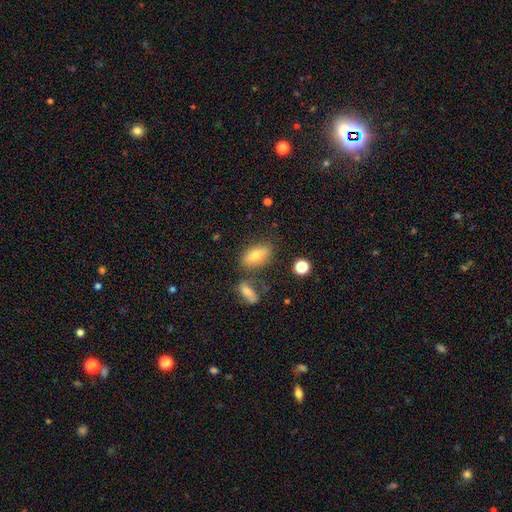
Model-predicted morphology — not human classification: This appears to be a smooth galaxy with no disk features (72%) that is in between round and cigar-shaped (86%). Merging: none (69%).